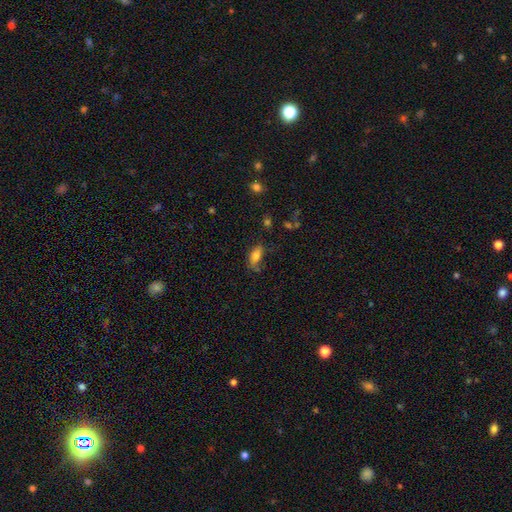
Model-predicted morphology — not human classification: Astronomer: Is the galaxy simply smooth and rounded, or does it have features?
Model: smooth — 79%.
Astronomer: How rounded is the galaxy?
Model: in between — 85%.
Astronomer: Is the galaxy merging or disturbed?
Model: none — 60%.